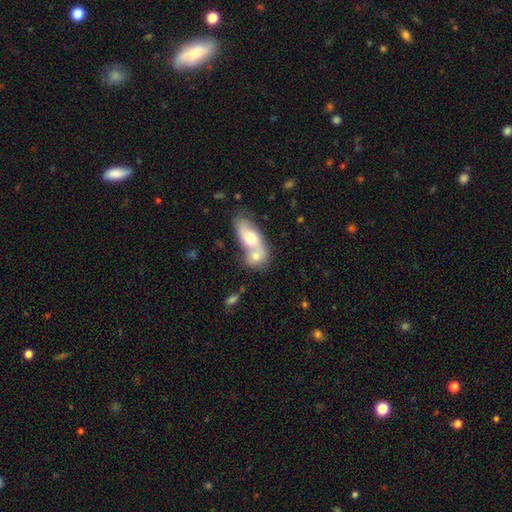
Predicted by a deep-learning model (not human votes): Q: Smooth or featured?
A: smooth (65%); runner-up: featured or disk (29%)
Q: How rounded?
A: in between (68%); runner-up: round (23%)
Q: Merging?
A: merger (68%); runner-up: none (21%)